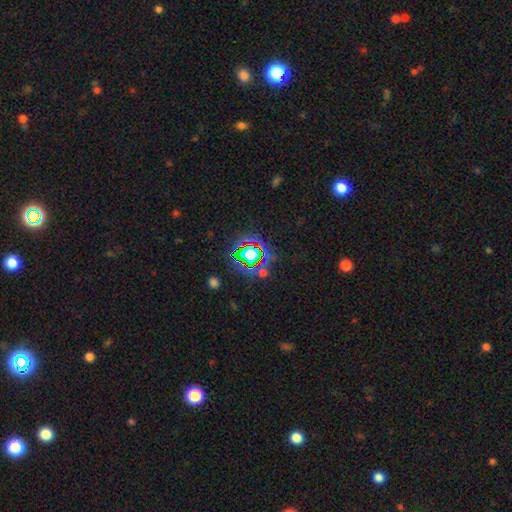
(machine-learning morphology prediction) star or artifact 68%, smooth 20%, featured or disk 12%.